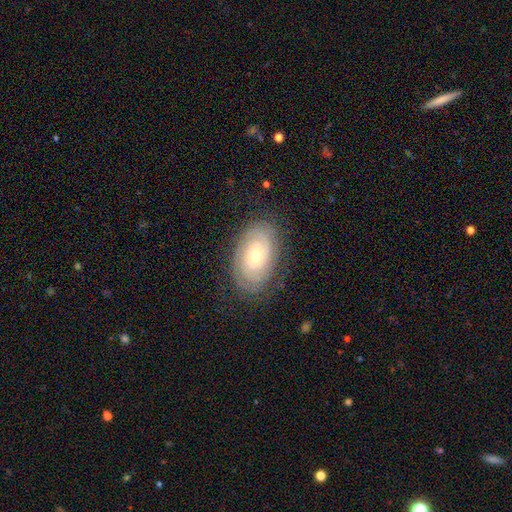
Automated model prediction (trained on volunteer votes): A featured or disk galaxy (75%) with no bar (80%), tight (83%) spiral arms (89%) and a small central bulge (61%).

Vote fractions:
- Smooth or featured? featured or disk: 75% / smooth: 18% / star or artifact: 7%
- Edge-on disk? no: 95% / yes: 5%
- Bar? no: 80% / weak: 16% / strong: 4%
- Spiral arms? yes: 89% / no: 11%
- Spiral winding? tight: 83% / medium: 13% / loose: 4%
- Spiral arm count? can't tell: 45% / 2: 31% / 3: 10% / 4: 5% / 1: 4% / more than 4: 4%
- Bulge size? small: 61% / moderate: 36% / large: 2% / dominant: 1% / none: 1%
- Merging? none: 80% / minor disturbance: 14% / major disturbance: 5% / merger: 1%